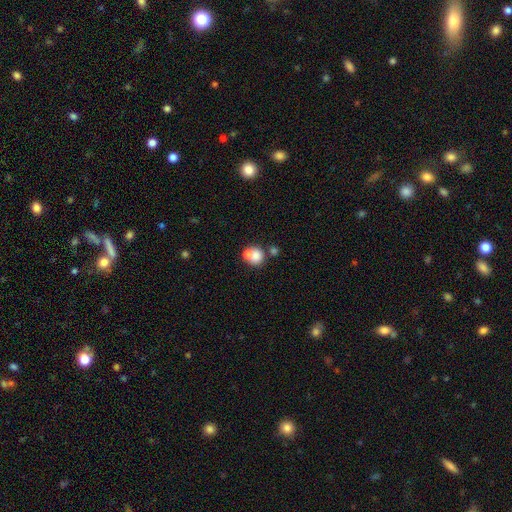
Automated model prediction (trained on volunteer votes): Smooth or featured?
  - smooth: 72% *
  - featured or disk: 18%
  - star or artifact: 10%
How rounded?
  - round: 72% *
  - in between: 27%
  - cigar-shaped: 1%
Merging?
  - merger: 51% *
  - none: 35%
  - minor disturbance: 9%
  - major disturbance: 5%